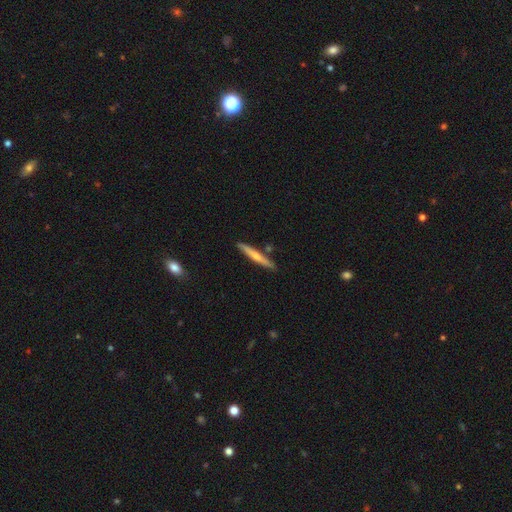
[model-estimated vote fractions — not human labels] The model was most divided on "smooth or featured": smooth: 51%, featured or disk: 44%, star or artifact: 5%. More confident: how rounded — cigar-shaped (95%); merging — none (85%).